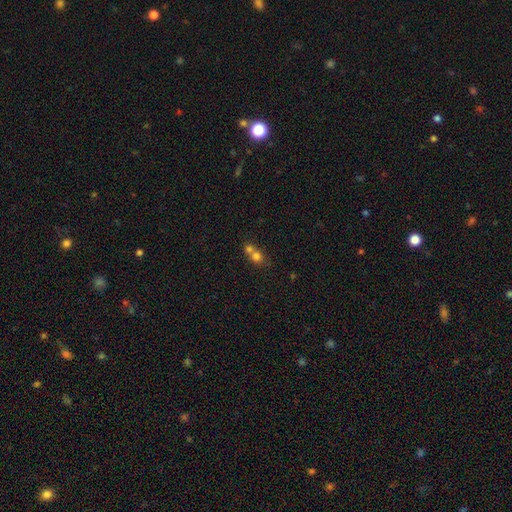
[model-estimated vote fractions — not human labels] The model was most divided on "merging": merger: 66%, none: 27%, minor disturbance: 5%, major disturbance: 3%. More confident: smooth or featured — smooth (72%); how rounded — round (72%).